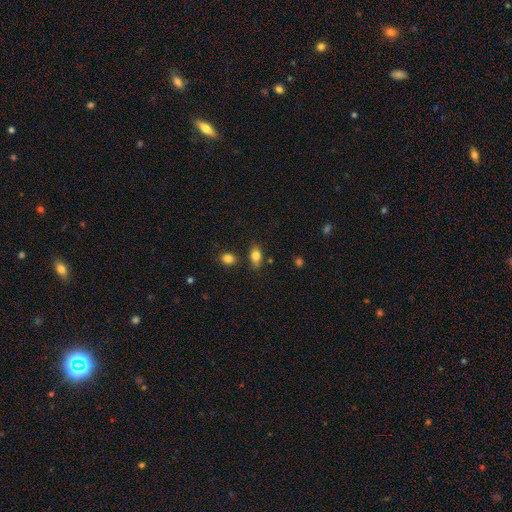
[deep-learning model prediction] This appears to be a smooth galaxy with no disk features (81%) that is in between round and cigar-shaped (79%). Merging: none (72%).